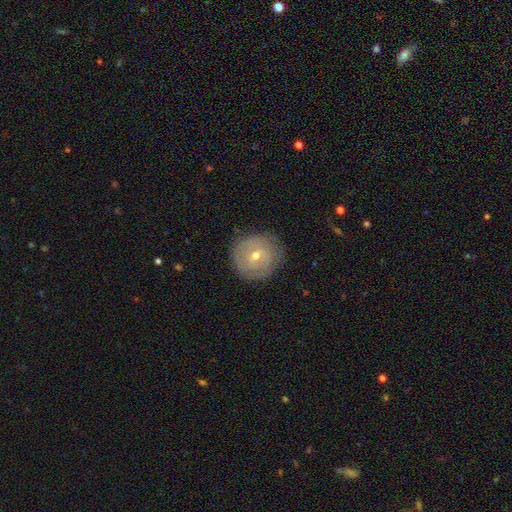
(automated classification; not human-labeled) Smooth or featured? Predicted: featured or disk (p=0.59). Edge-on disk? Predicted: no (p=0.96). Bar? Predicted: no (p=0.59). Spiral arms? Predicted: yes (p=0.65). Bulge size? Predicted: small (p=0.51). Merging? Predicted: none (p=0.80).